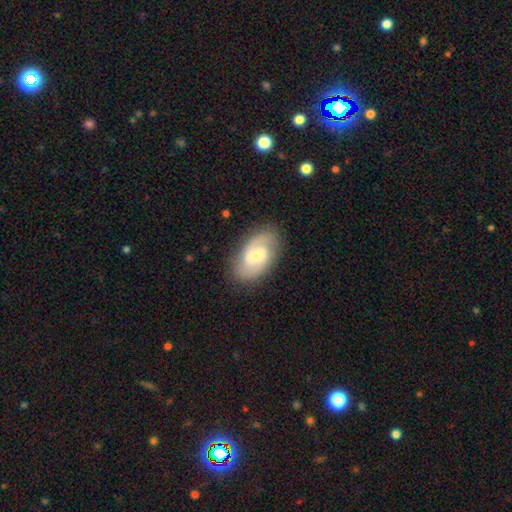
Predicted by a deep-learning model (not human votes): smooth-or-featured: featured or disk: 72% | smooth: 23% | star or artifact: 6%
  disk-edge-on: no: 96% | yes: 4%
    bar: weak: 58% | strong: 27% | no: 15%
    has-spiral-arms: yes: 89% | no: 11%
      spiral-winding: medium: 48% | loose: 29% | tight: 24%
      spiral-arm-count: 2: 84% | can't tell: 8% | 1: 4% | 3: 2% | 4: 1% | more than 4: 1%
    bulge-size: moderate: 44% (tied) | small: 44% (tied) | large: 6% | none: 5% | dominant: 1%
  merging: none: 82% | minor disturbance: 12% | major disturbance: 4% | merger: 1%